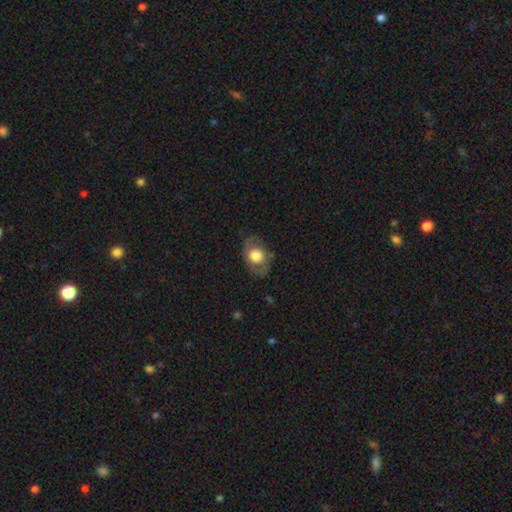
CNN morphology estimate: A smooth galaxy with no disk features (59%) that is in between round and cigar-shaped (69%). Merging: none (75%).